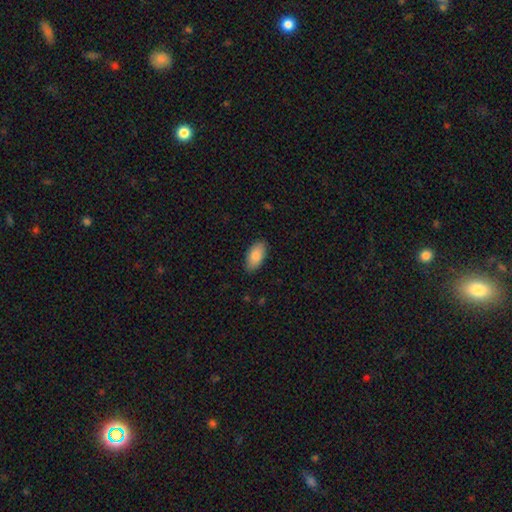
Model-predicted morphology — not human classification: smooth 86%, featured or disk 8%, star or artifact 6%. Down the decision tree: how rounded — in between (94%); merging — none (86%).